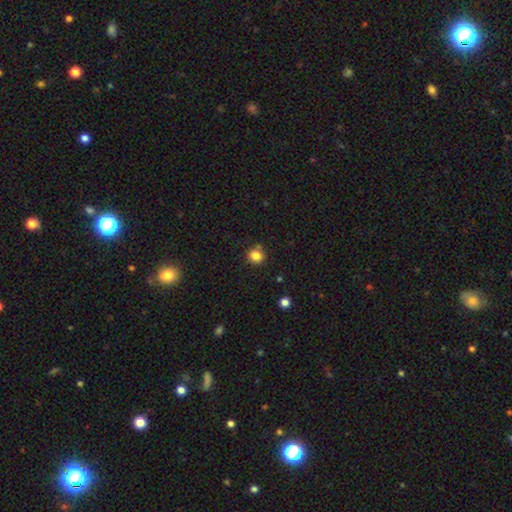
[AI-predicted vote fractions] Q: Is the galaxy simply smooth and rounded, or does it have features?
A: smooth — 83%.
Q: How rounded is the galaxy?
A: round — 82%.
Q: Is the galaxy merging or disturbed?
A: none — 78%.